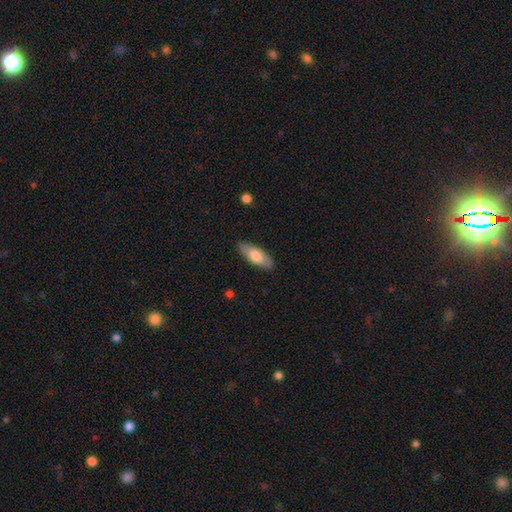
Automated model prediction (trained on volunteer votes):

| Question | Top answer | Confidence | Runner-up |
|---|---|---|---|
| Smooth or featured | smooth | 69% | featured or disk (26%) |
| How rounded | in between | 78% | cigar-shaped (20%) |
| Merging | none | 86% | minor disturbance (11%) |